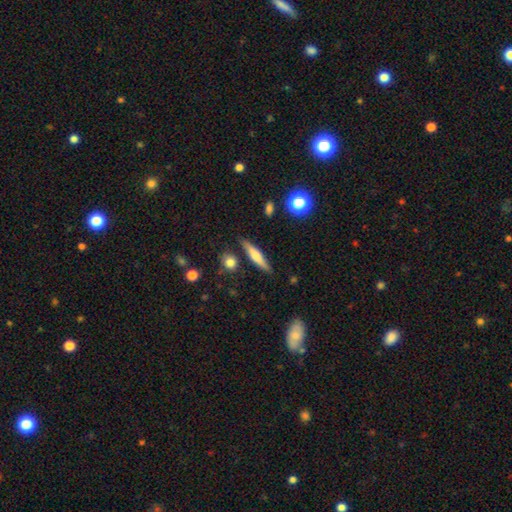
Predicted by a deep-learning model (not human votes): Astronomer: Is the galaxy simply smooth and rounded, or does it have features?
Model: smooth — 61%.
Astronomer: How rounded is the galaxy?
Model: cigar-shaped — 82%.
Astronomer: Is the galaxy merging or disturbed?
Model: none — 83%.